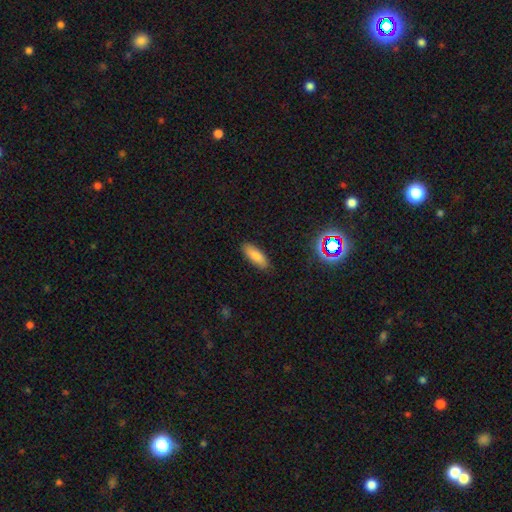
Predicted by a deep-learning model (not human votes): Smooth or featured: smooth — 82% (star or artifact — 9%)
How rounded: in between — 67% (cigar-shaped — 31%)
Merging: none — 86% (minor disturbance — 11%)